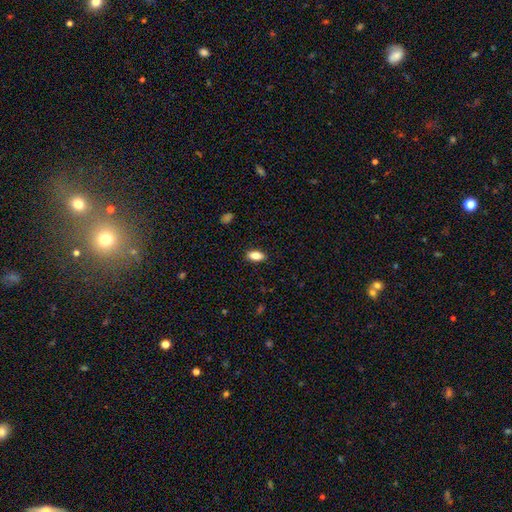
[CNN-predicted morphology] Smooth or featured?
  - smooth: 83% *
  - featured or disk: 9%
  - star or artifact: 8%
How rounded?
  - in between: 88% *
  - cigar-shaped: 8%
  - round: 4%
Merging?
  - none: 89% *
  - minor disturbance: 8%
  - major disturbance: 2%
  - merger: 1%